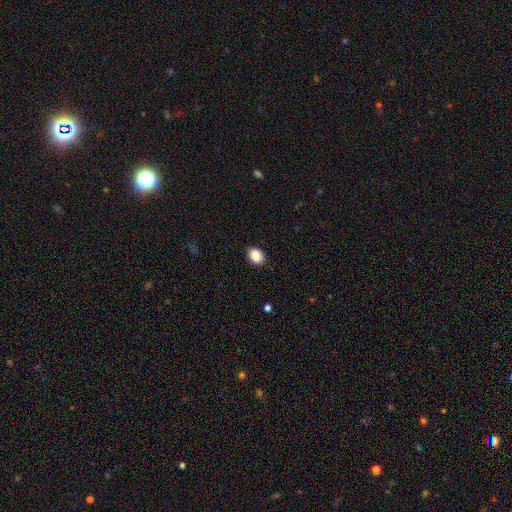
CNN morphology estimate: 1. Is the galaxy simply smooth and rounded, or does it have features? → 89% smooth, 8% star or artifact, 3% featured or disk.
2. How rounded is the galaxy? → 68% in between, 31% round, 1% cigar-shaped.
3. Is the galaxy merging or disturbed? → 85% none, 12% minor disturbance, 2% major disturbance, 1% merger.